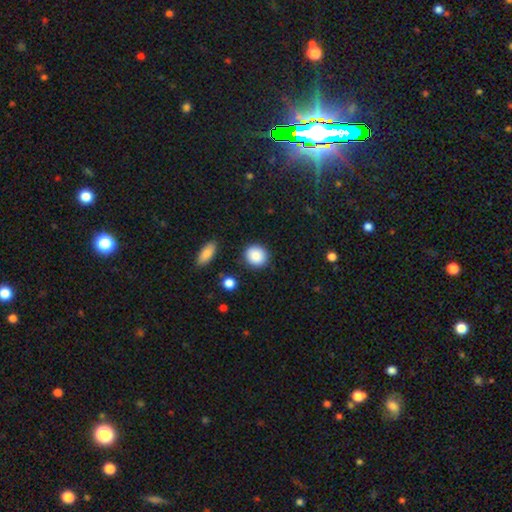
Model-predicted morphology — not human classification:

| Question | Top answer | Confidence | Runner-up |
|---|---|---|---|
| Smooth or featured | smooth | 88% | star or artifact (7%) |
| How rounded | round | 82% | in between (17%) |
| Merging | none | 86% | minor disturbance (9%) |